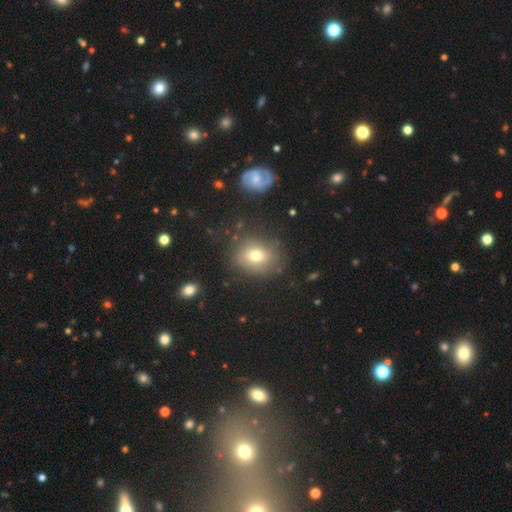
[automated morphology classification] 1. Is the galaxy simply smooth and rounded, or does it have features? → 73% smooth, 15% featured or disk, 12% star or artifact.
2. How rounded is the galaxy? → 56% round, 42% in between, 1% cigar-shaped.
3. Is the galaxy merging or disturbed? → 77% none, 14% minor disturbance, 5% major disturbance, 3% merger.